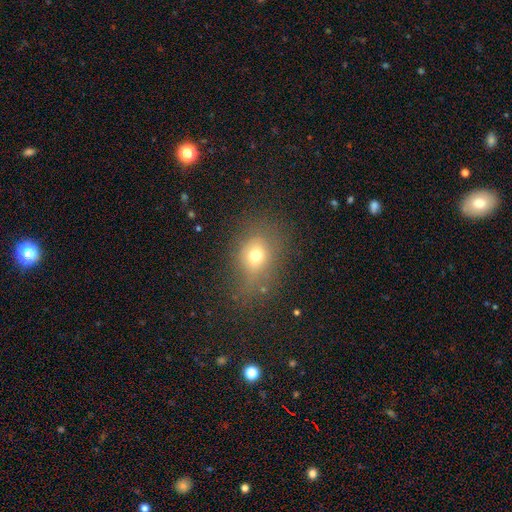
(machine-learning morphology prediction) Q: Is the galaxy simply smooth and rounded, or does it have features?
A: smooth — 68%.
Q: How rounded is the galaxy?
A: round — 49%, tied with in between.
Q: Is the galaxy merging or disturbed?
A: none — 62%.